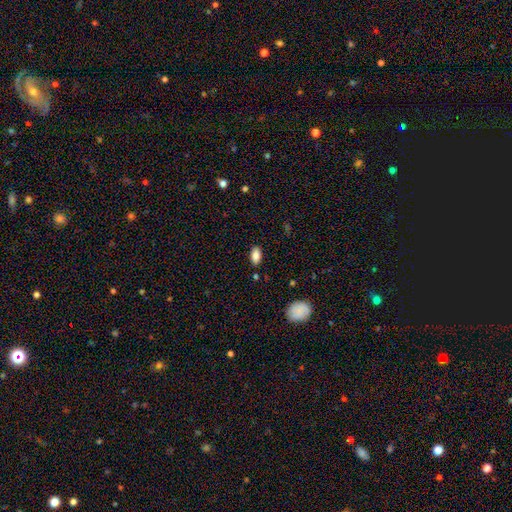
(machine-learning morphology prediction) A smooth galaxy with no disk features (85%) that is in between round and cigar-shaped (91%). Merging: none (86%).